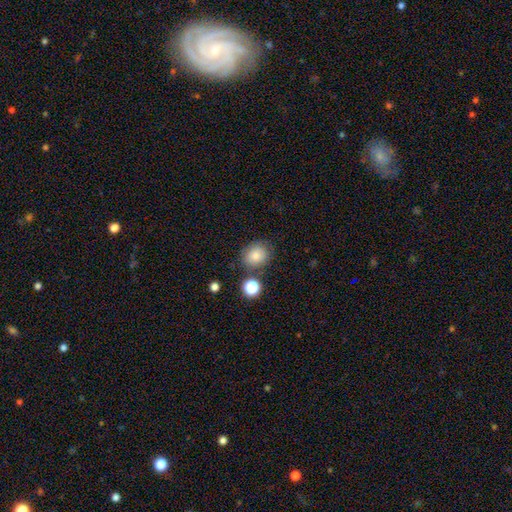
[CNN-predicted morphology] Smooth or featured? smooth (78%)
How rounded? round (70%)
Merging? none (74%)